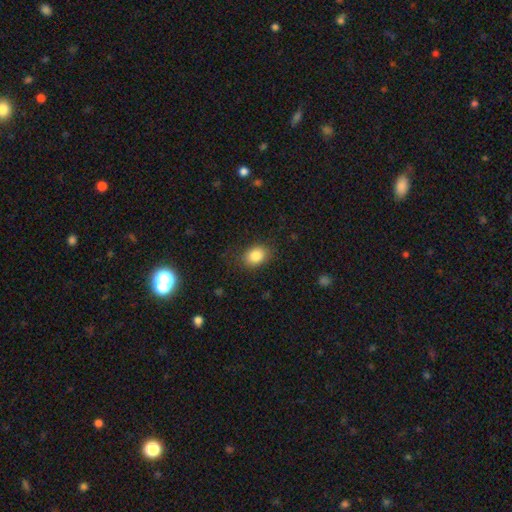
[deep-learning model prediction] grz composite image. It shows a smooth galaxy with no disk features (85%) that is in between round and cigar-shaped (64%). Merging: none (81%).